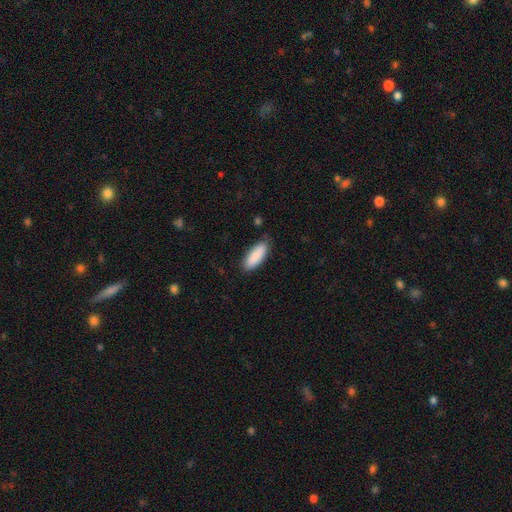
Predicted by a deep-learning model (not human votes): Overall: smooth (89%). How rounded: in between (71%). Merging: none (80%).